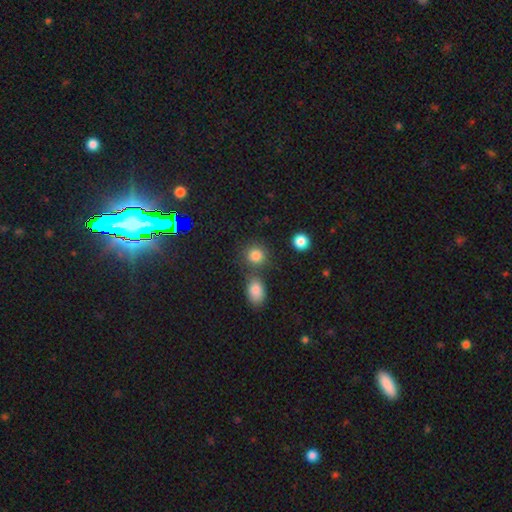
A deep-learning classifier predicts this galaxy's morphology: Overall: smooth (82%). How rounded: round (84%). Merging: none (69%).